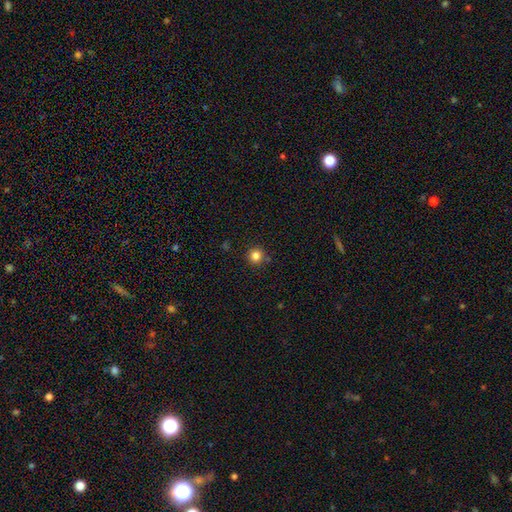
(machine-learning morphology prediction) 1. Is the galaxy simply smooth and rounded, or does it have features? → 83% smooth, 13% star or artifact, 5% featured or disk.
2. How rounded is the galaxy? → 95% round, 4% in between, 1% cigar-shaped.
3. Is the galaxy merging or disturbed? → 88% none, 7% minor disturbance, 3% merger, 2% major disturbance.